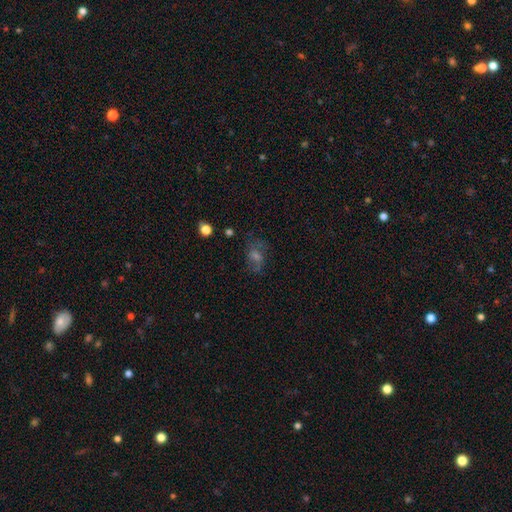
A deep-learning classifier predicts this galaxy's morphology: Smooth or featured? Predicted: featured or disk (p=0.46). Merging? Predicted: none (p=0.68).